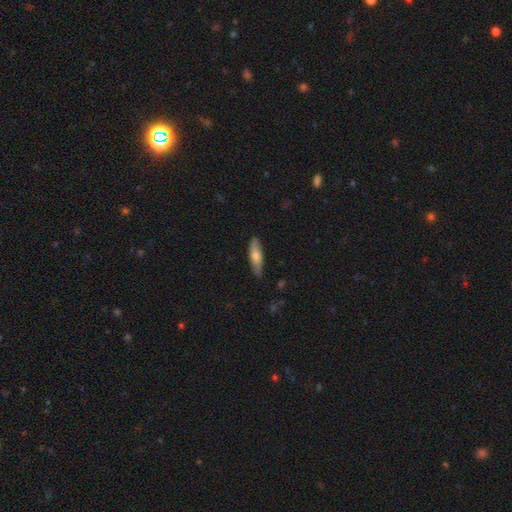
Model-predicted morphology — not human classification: Overall: smooth (65%; featured or disk 30%). How rounded: cigar-shaped (64%; in between 34%). Merging: none (83%).